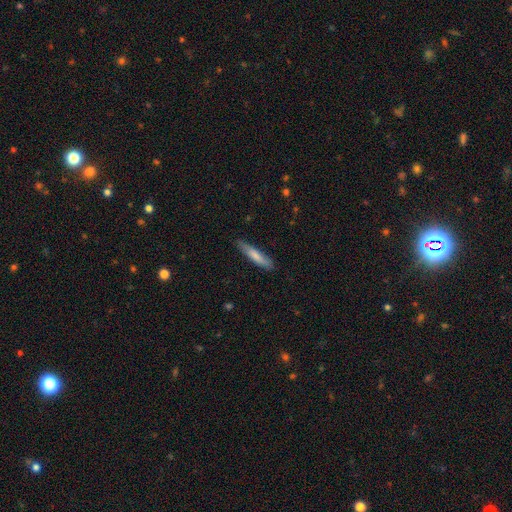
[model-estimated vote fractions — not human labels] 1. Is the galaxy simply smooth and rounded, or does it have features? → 75% smooth, 19% featured or disk, 5% star or artifact.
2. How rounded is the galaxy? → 87% cigar-shaped, 12% in between, 1% round.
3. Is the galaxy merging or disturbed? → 80% none, 16% minor disturbance, 3% major disturbance, 1% merger.